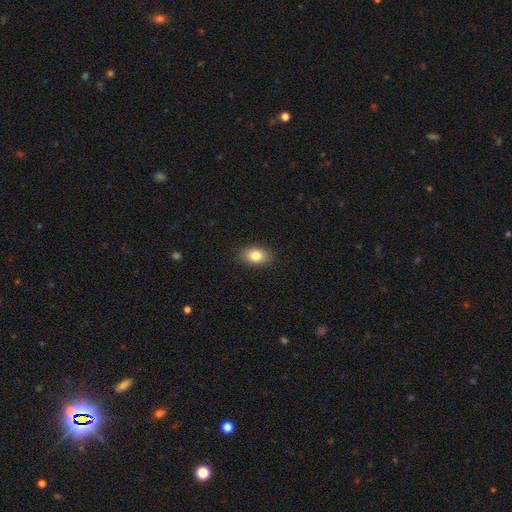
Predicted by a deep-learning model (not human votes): Smooth or featured: smooth — 83% (star or artifact — 9%)
How rounded: in between — 81% (round — 17%)
Merging: none — 88% (minor disturbance — 9%)